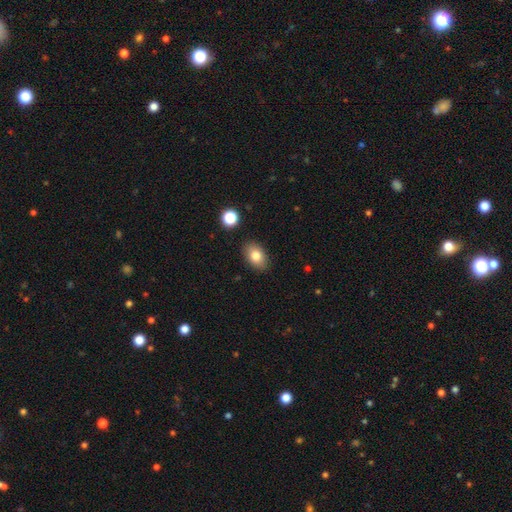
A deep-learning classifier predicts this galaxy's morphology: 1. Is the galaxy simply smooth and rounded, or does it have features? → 80% smooth, 11% featured or disk, 9% star or artifact.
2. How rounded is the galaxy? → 84% in between, 14% round, 1% cigar-shaped.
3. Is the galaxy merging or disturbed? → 87% none, 9% minor disturbance, 2% major disturbance, 2% merger.